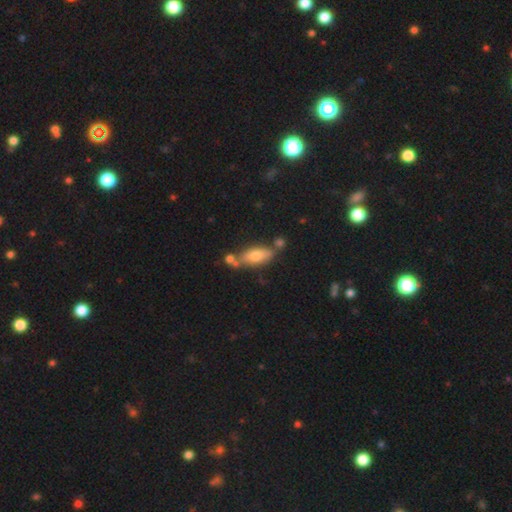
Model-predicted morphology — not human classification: This is likely a smooth galaxy (66%). How rounded: likely in between (68%). Merging: possibly none (60%).